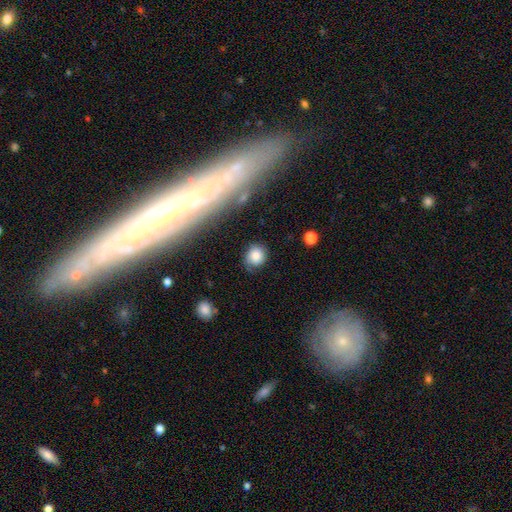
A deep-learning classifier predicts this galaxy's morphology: Smooth or featured? smooth (78%)
How rounded? round (76%)
Merging? none (69%)